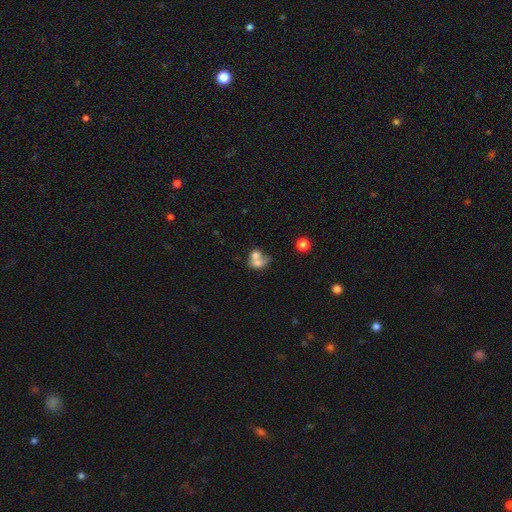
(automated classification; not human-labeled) The model was most divided on "how rounded": round: 50%, in between: 49%, cigar-shaped: 2%. More confident: merging — merger (69%); smooth or featured — smooth (64%).